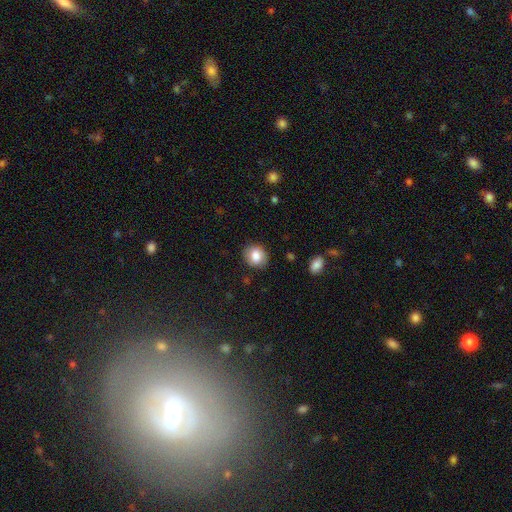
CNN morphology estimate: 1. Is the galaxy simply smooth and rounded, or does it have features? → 82% smooth, 10% featured or disk, 8% star or artifact.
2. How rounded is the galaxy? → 67% round, 32% in between, 1% cigar-shaped.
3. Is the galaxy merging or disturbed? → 85% none, 11% minor disturbance, 3% major disturbance, 1% merger.